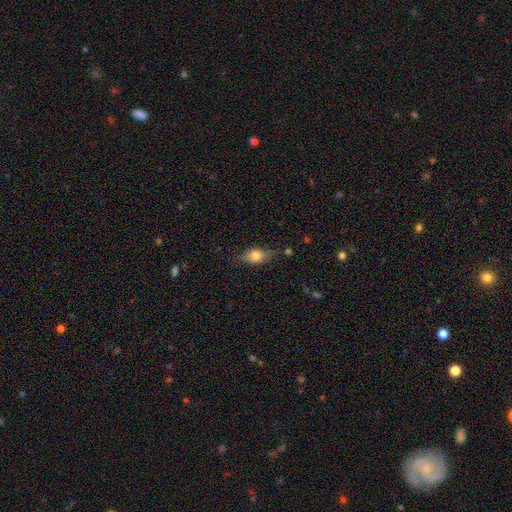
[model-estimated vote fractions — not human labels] The model was most divided on "smooth or featured": smooth: 67%, featured or disk: 25%, star or artifact: 8%. More confident: how rounded — in between (78%); merging — none (74%).